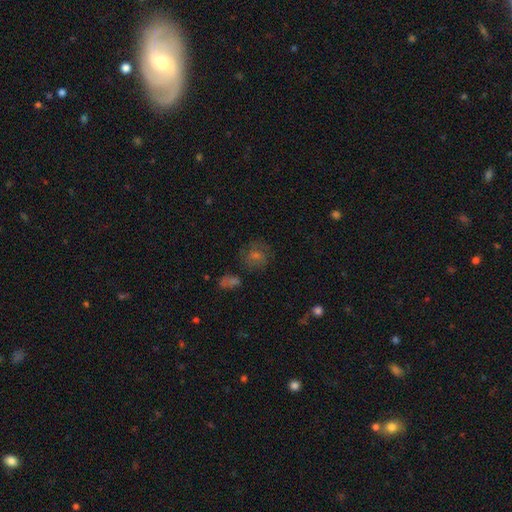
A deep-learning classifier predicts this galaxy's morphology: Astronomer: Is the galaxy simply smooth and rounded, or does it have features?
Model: smooth — 42% (runner-up: featured or disk, 31%).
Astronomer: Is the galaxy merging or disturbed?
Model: none — 74%.